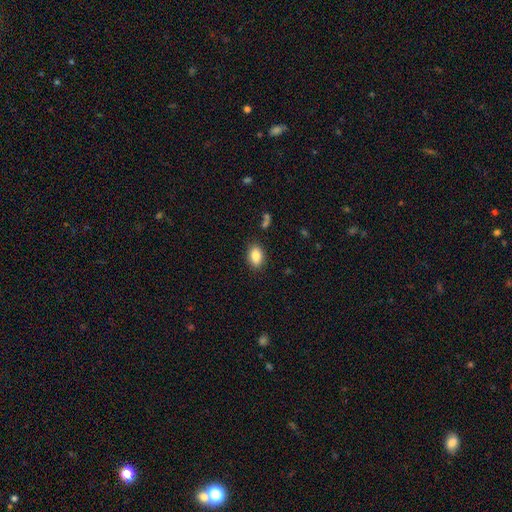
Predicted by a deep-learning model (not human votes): Smooth or featured? smooth (86%)
How rounded? in between (84%)
Merging? none (86%)